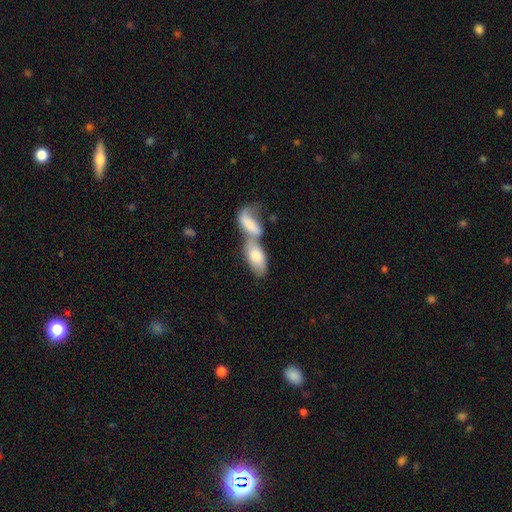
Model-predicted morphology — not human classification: Smooth or featured?
  - smooth: 71% *
  - featured or disk: 23%
  - star or artifact: 6%
How rounded?
  - in between: 86% *
  - cigar-shaped: 10%
  - round: 3%
Merging?
  - merger: 74% *
  - none: 14%
  - minor disturbance: 6%
  - major disturbance: 6%